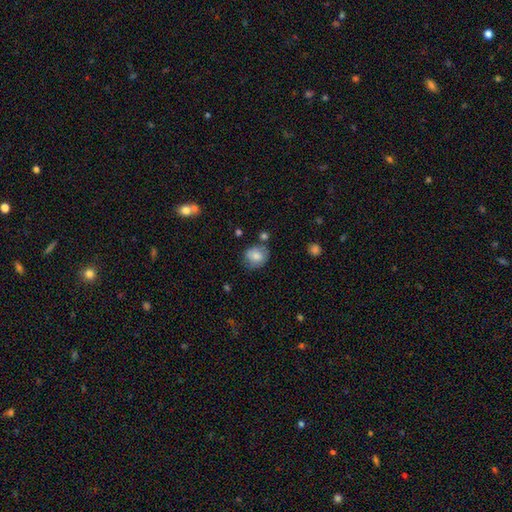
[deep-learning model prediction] This is likely a smooth galaxy (77%). How rounded: likely round (72%). Merging: likely none (65%).